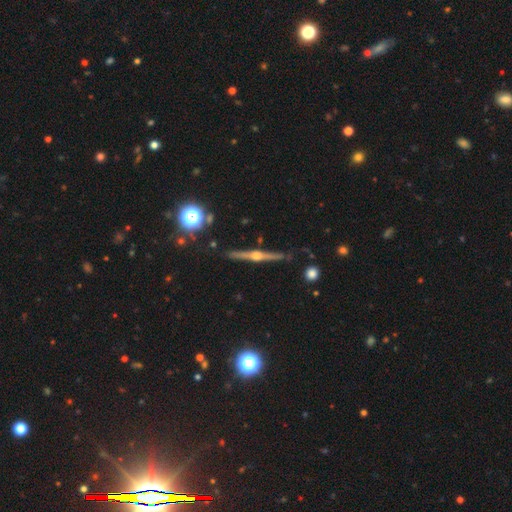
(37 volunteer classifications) Q: Smooth or featured?
A: featured or disk (84%); runner-up: smooth (11%)
Q: Edge-on disk?
A: yes (100%)
Q: Edge-on bulge?
A: rounded (100%)
Q: Merging?
A: none (91%); runner-up: minor disturbance (6%)